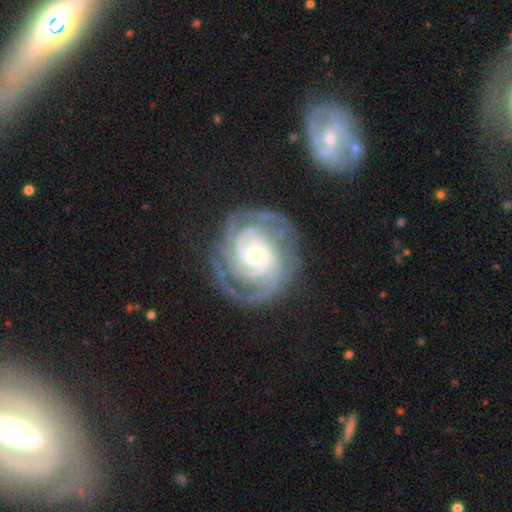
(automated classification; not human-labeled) Smooth or featured? featured or disk (91%)
Edge-on disk? no (98%)
Bar? no (54%)
Spiral arms? yes (98%)
Spiral winding? tight (72%)
Spiral arm count? 2 (30%)
Bulge size? small (49%)
Merging? none (77%)